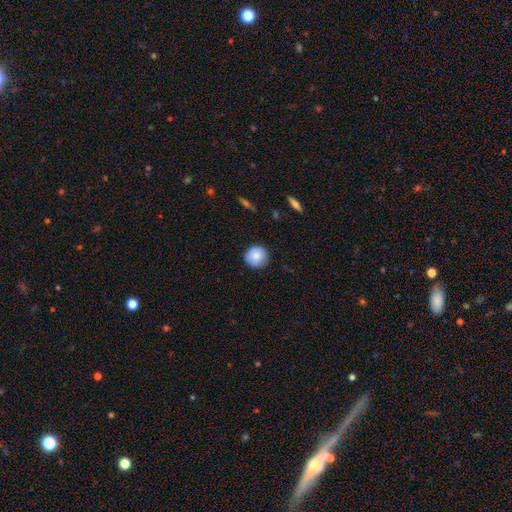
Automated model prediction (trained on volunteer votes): The model was most divided on "merging": none: 87%, minor disturbance: 10%, major disturbance: 2%, merger: 1%. More confident: how rounded — round (95%); smooth or featured — smooth (85%).